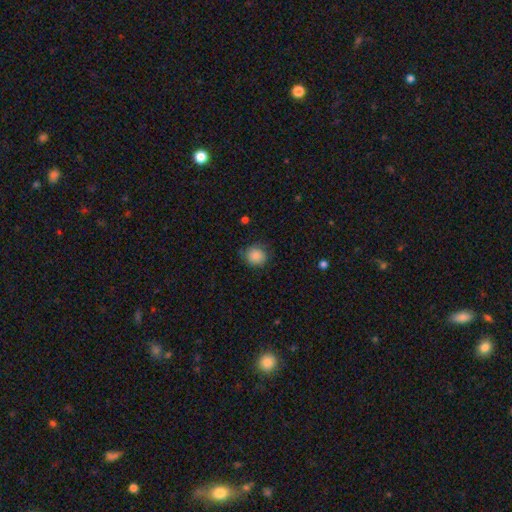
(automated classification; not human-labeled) smooth 86%, star or artifact 8%, featured or disk 6%. Down the decision tree: how rounded — round (82%); merging — none (77%).